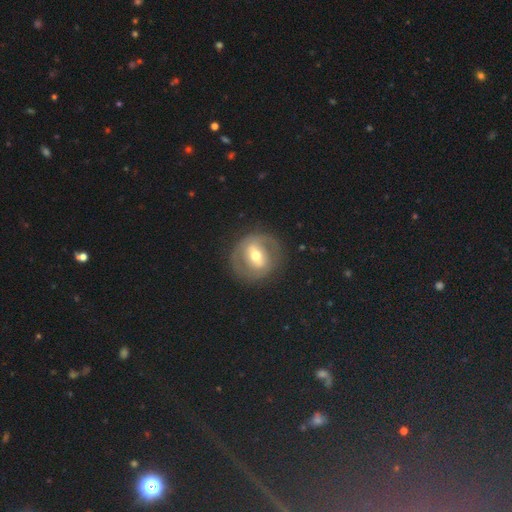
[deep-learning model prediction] This appears to be a featured or disk galaxy (65%) with a strong bar (41%), no spiral arms (52%) and a moderate central bulge (65%). Merging: none (78%).